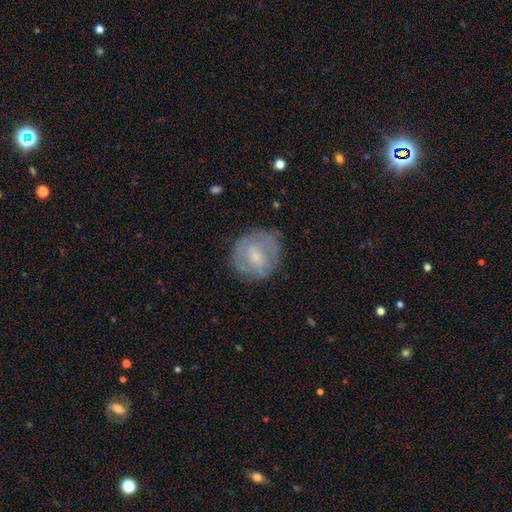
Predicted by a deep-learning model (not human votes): Smooth or featured?
  - smooth: 48% *
  - featured or disk: 44%
  - star or artifact: 8%
Merging?
  - none: 74% *
  - minor disturbance: 18%
  - major disturbance: 7%
  - merger: 1%